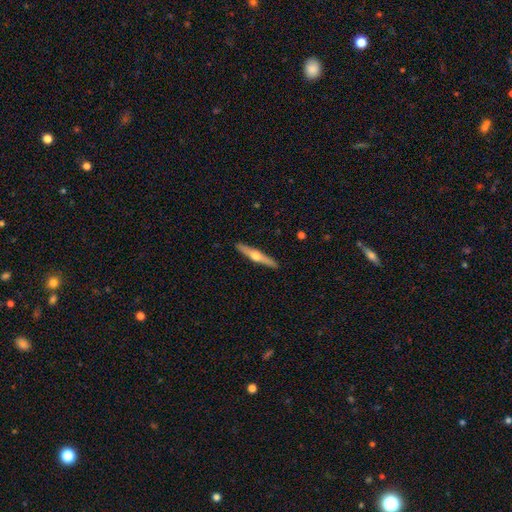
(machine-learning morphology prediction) A featured or disk galaxy (63%) viewed edge-on (97%) with a rounded central bulge (93%). Merging: none (92%).